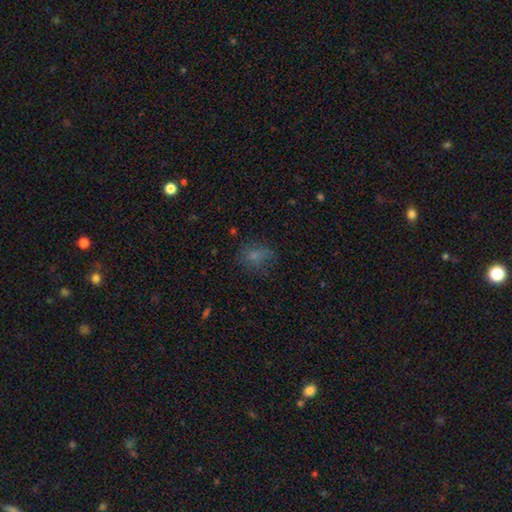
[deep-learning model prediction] smooth 66%, star or artifact 18%, featured or disk 16%. Down the decision tree: how rounded — in between (59%); merging — none (54%).